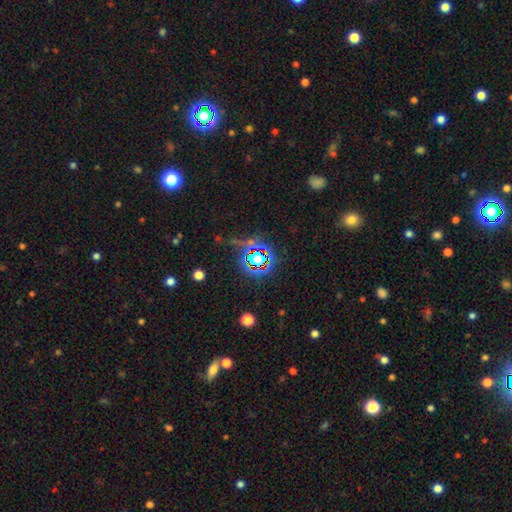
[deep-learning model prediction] Smooth or featured?
  - star or artifact: 77% *
  - smooth: 14%
  - featured or disk: 9%